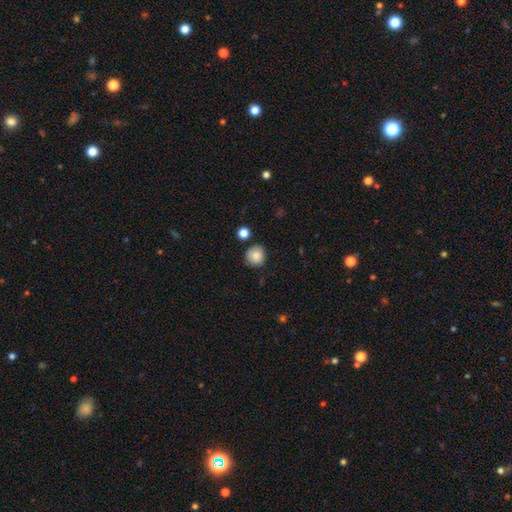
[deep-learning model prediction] smooth_or_featured: smooth (p=0.84) [alt: star or artifact p=0.09]
how_rounded: round (p=0.91) [alt: in between p=0.09]
merging: none (p=0.78) [alt: minor disturbance p=0.15]